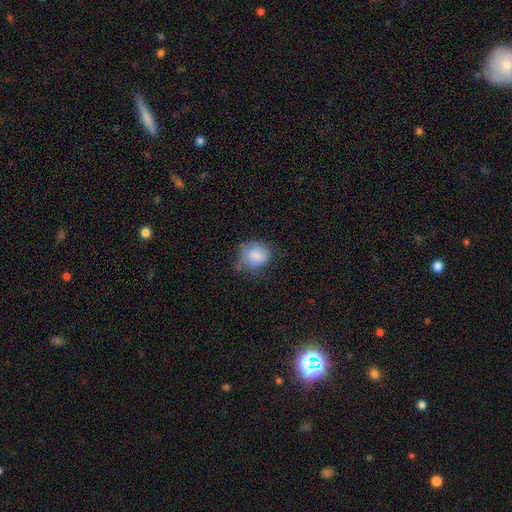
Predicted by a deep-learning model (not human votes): Smooth or featured? smooth (77%)
How rounded? round (67%)
Merging? none (48%)